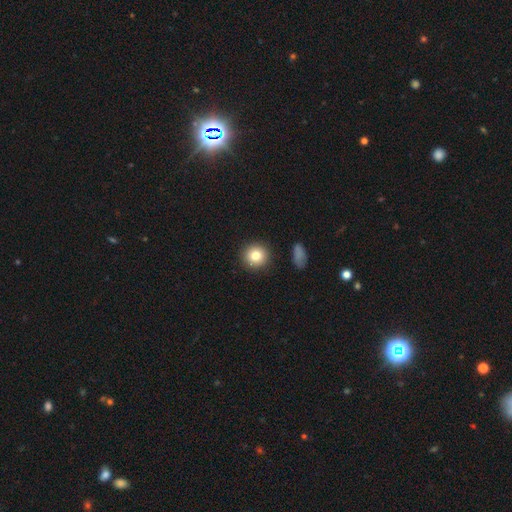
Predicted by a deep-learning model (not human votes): Morphology: type=smooth (81%); roundness=round (92%); merging=none (90%).